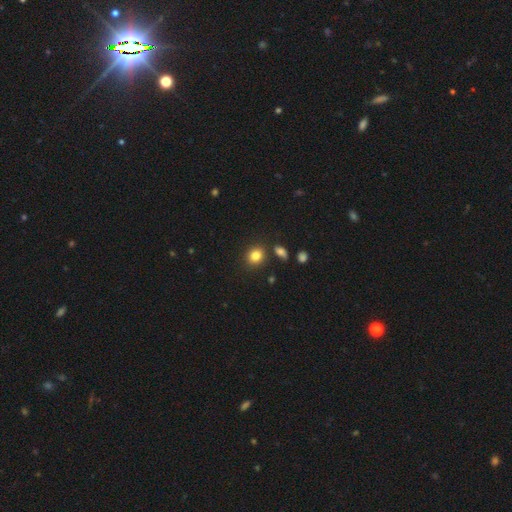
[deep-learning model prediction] Smooth or featured?
  - smooth: 83% *
  - star or artifact: 11%
  - featured or disk: 6%
How rounded?
  - round: 64% *
  - in between: 35%
  - cigar-shaped: 1%
Merging?
  - none: 82% *
  - minor disturbance: 10%
  - merger: 5%
  - major disturbance: 3%